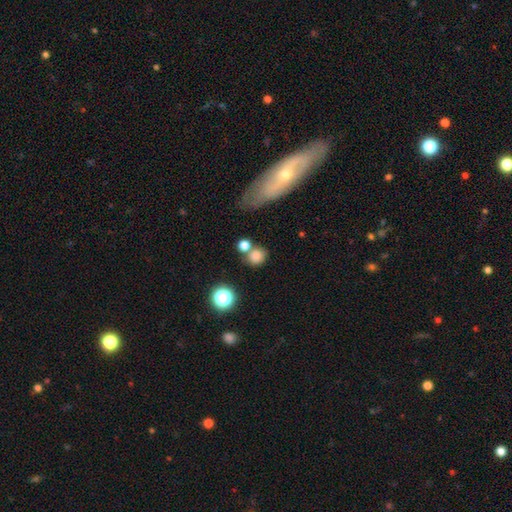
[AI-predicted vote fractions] Smooth or featured?
  - smooth: 79% *
  - star or artifact: 14%
  - featured or disk: 7%
How rounded?
  - round: 81% *
  - in between: 18%
  - cigar-shaped: 1%
Merging?
  - none: 57% *
  - merger: 26%
  - minor disturbance: 12%
  - major disturbance: 6%